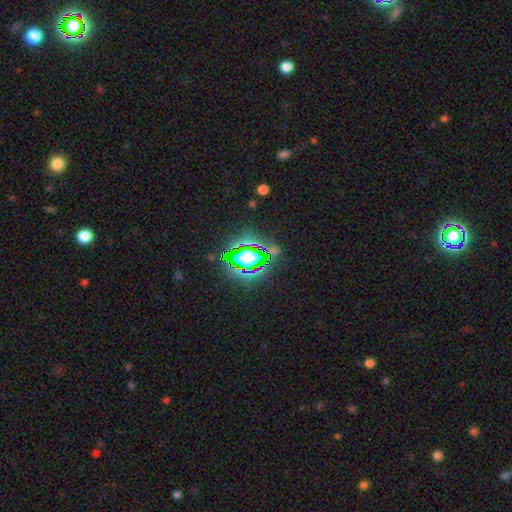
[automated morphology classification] Smooth or featured?
  - star or artifact: 78% *
  - smooth: 13%
  - featured or disk: 9%